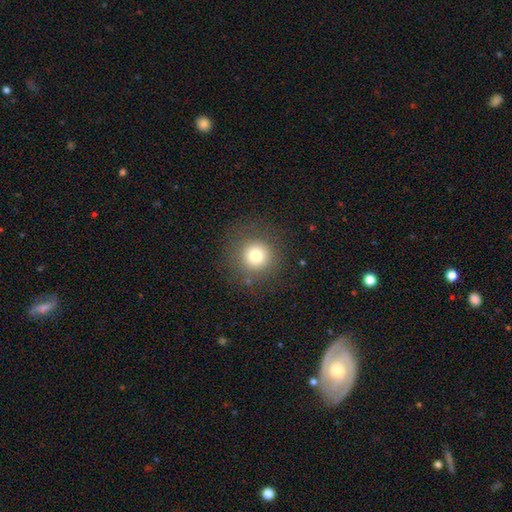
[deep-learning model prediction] Q: Smooth or featured?
A: smooth (76%); runner-up: star or artifact (14%)
Q: How rounded?
A: round (95%); runner-up: in between (4%)
Q: Merging?
A: none (87%); runner-up: minor disturbance (8%)